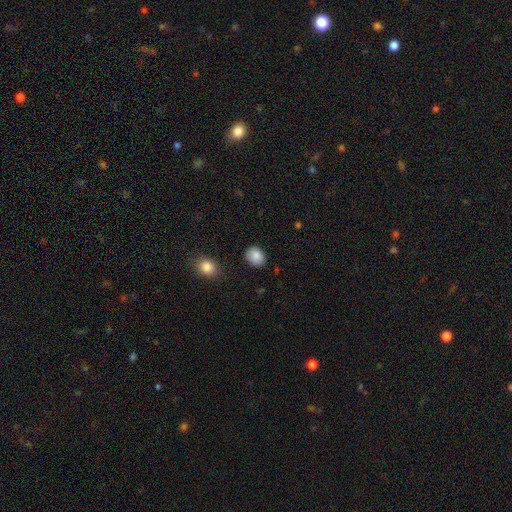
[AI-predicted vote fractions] smooth 87%, star or artifact 8%, featured or disk 5%. Down the decision tree: how rounded — in between (52%); merging — none (84%).